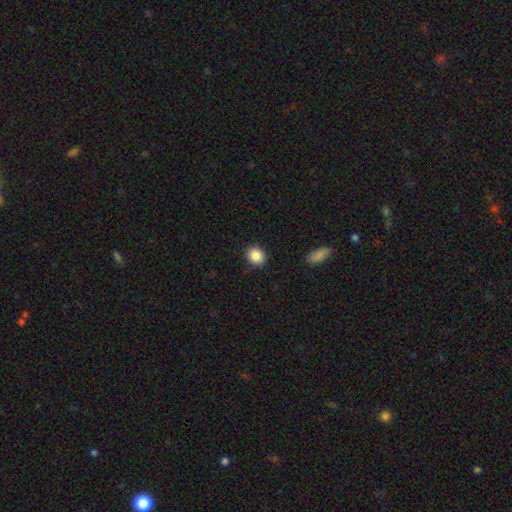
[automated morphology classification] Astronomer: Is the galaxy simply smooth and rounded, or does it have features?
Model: smooth — 88%.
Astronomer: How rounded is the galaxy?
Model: round — 68%.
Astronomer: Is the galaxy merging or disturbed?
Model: none — 89%.